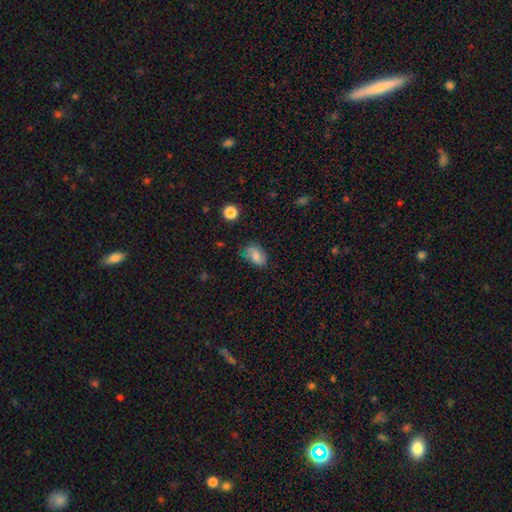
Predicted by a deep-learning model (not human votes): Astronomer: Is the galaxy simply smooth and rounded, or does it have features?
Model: smooth — 77%.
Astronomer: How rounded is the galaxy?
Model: in between — 84%.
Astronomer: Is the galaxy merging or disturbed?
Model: none — 72%.